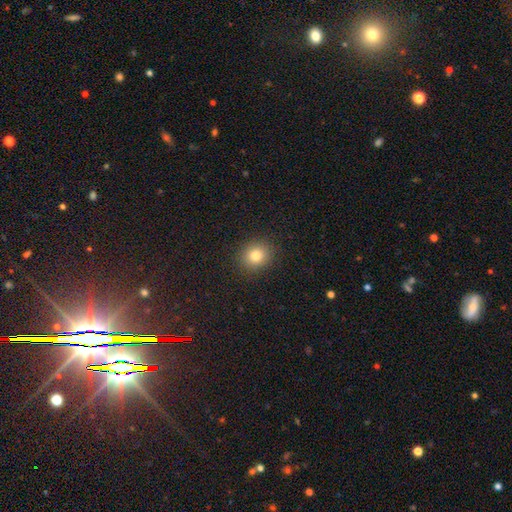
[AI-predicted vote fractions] A smooth galaxy with no disk features (80%) that is round (75%).

Vote fractions:
- Smooth or featured? smooth: 80% / star or artifact: 12% / featured or disk: 8%
- How rounded? round: 75% / in between: 24% / cigar-shaped: 1%
- Merging? none: 90% / minor disturbance: 7% / major disturbance: 2% / merger: 1%